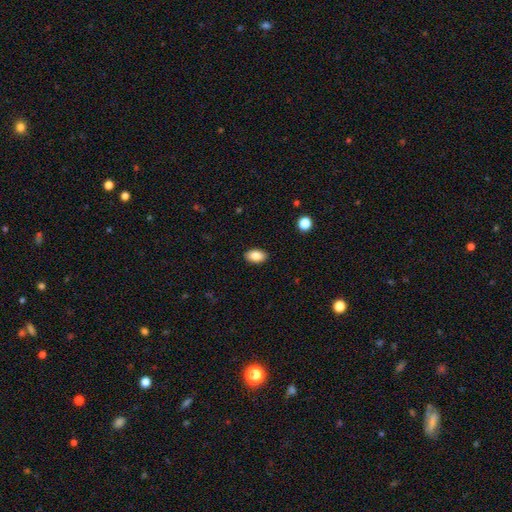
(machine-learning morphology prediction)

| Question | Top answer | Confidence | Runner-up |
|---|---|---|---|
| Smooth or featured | smooth | 86% | star or artifact (8%) |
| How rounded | in between | 91% | round (7%) |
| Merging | none | 89% | minor disturbance (8%) |